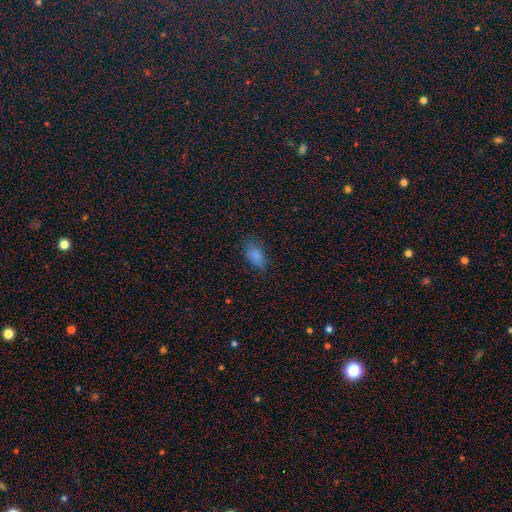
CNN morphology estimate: A smooth galaxy with no disk features (78%) that is in between round and cigar-shaped (89%).

Vote fractions:
- Smooth or featured? smooth: 78% / star or artifact: 15% / featured or disk: 7%
- How rounded? in between: 89% / round: 7% / cigar-shaped: 4%
- Merging? none: 72% / minor disturbance: 21% / major disturbance: 6% / merger: 1%